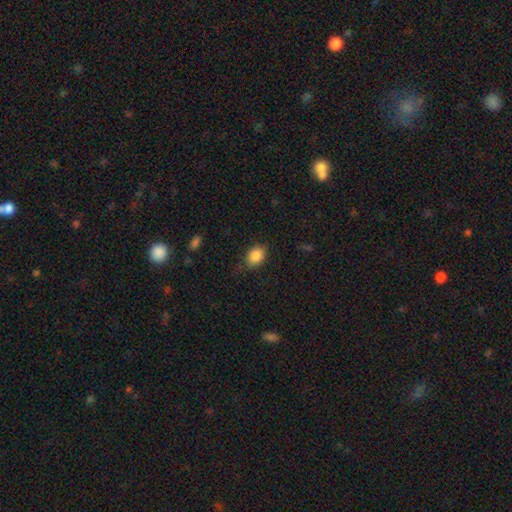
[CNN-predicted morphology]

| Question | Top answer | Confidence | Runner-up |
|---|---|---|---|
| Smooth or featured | smooth | 86% | star or artifact (8%) |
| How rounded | in between | 72% | round (27%) |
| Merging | none | 74% | minor disturbance (20%) |